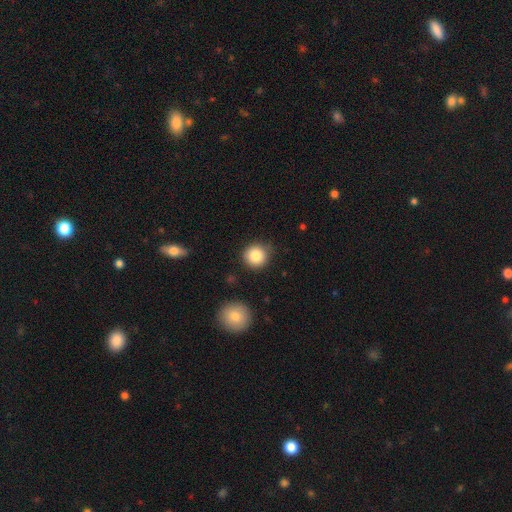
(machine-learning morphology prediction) A smooth galaxy with no disk features (84%) that is round (93%).

Vote fractions:
- Smooth or featured? smooth: 84% / star or artifact: 9% / featured or disk: 6%
- How rounded? round: 93% / in between: 6% / cigar-shaped: 1%
- Merging? none: 83% / minor disturbance: 11% / major disturbance: 3% / merger: 2%